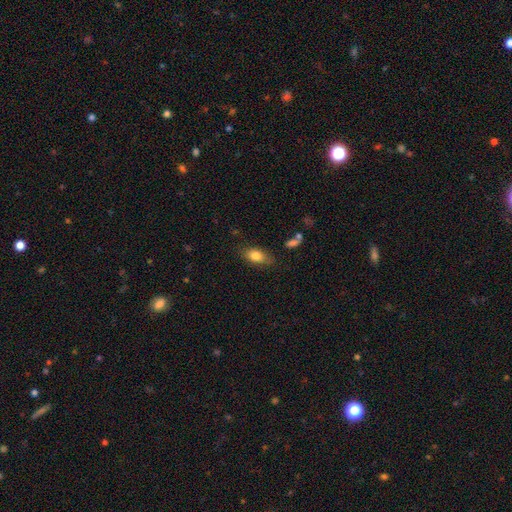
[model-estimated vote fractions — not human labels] This is likely a smooth galaxy (79%). How rounded: clearly in between (84%). Merging: likely none (77%).